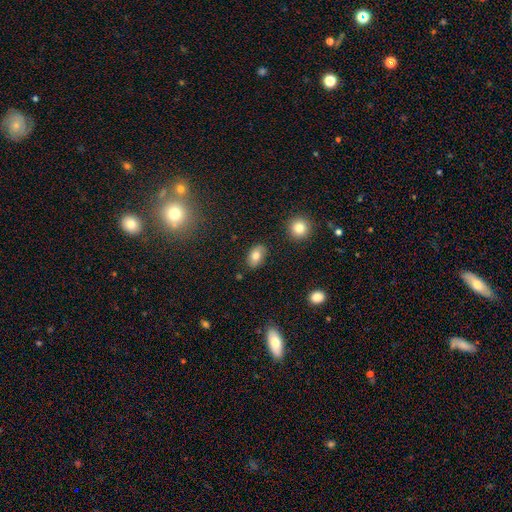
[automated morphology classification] Smooth or featured: smooth — 77% (featured or disk — 14%)
How rounded: in between — 84% (round — 14%)
Merging: none — 83% (minor disturbance — 12%)